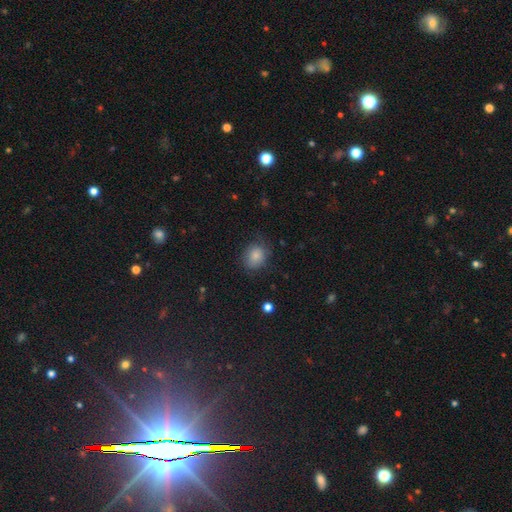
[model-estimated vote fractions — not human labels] smooth-or-featured: smooth: 82% | star or artifact: 9% | featured or disk: 9%
  how-rounded: round: 59% | in between: 40% | cigar-shaped: 1%
  merging: none: 68% | minor disturbance: 23% | major disturbance: 7% | merger: 1%